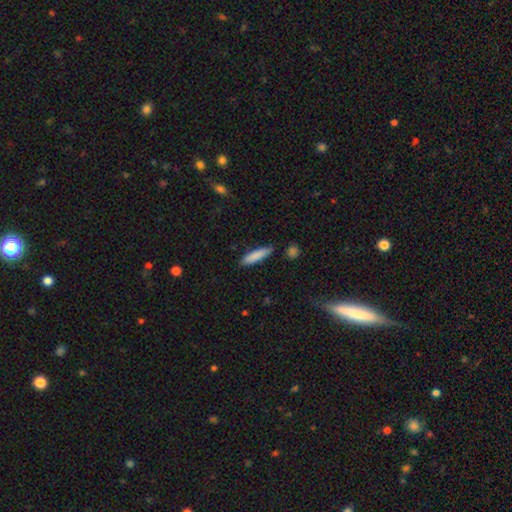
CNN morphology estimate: type=smooth (83%); roundness=cigar-shaped (80%); merging=none (85%).